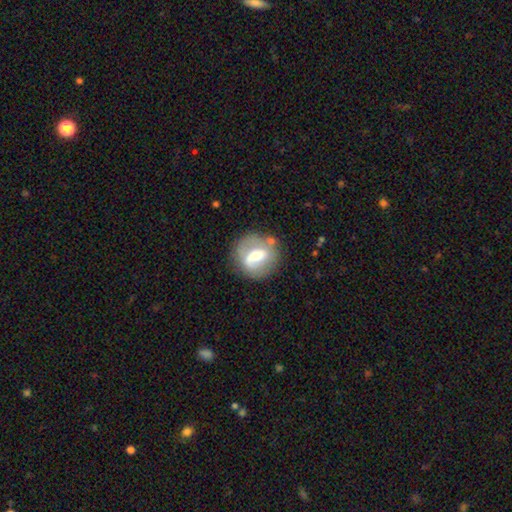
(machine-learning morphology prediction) Smooth or featured?
  - featured or disk: 56% *
  - smooth: 37%
  - star or artifact: 7%
Edge-on disk?
  - no: 94% *
  - yes: 6%
Bar?
  - weak: 42% *
  - strong: 35%
  - no: 24%
Spiral arms?
  - yes: 51% *
  - no: 49%
Bulge size?
  - moderate: 63% *
  - small: 24%
  - large: 10%
  - none: 1%
  - dominant: 1%
Merging?
  - none: 70% *
  - minor disturbance: 17%
  - major disturbance: 8%
  - merger: 6%